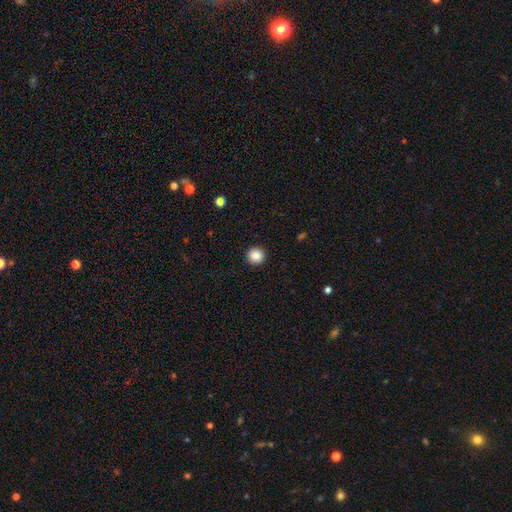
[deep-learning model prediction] A smooth galaxy with no disk features (86%) that is round (95%). Merging: none (93%).